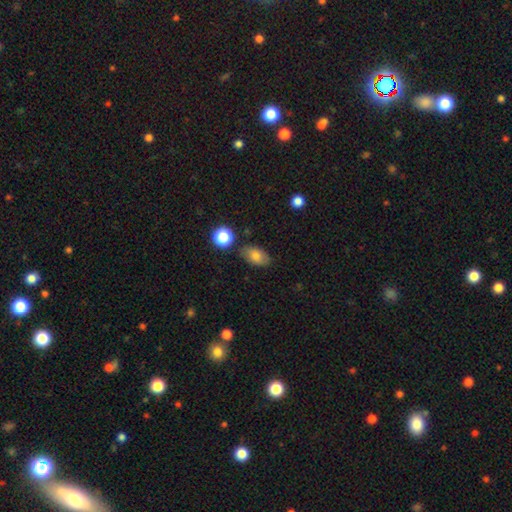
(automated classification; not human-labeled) The model was most divided on "merging": none: 79%, minor disturbance: 15%, merger: 3%, major disturbance: 3%. More confident: how rounded — in between (87%); smooth or featured — smooth (78%).